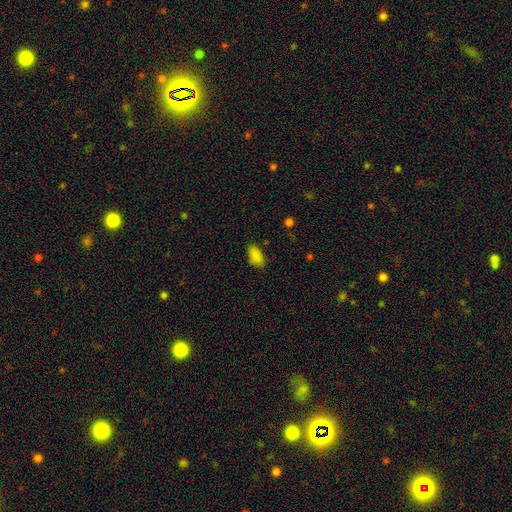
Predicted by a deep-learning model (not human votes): Morphology: type=smooth (85%); roundness=in between (92%); merging=none (80%).